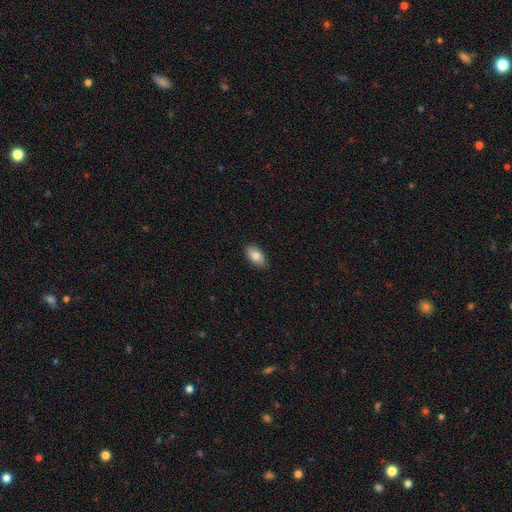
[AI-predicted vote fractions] smooth-or-featured: smooth: 80% | featured or disk: 14% | star or artifact: 7%
  how-rounded: in between: 93% | round: 4% | cigar-shaped: 2%
  merging: none: 88% | minor disturbance: 10% | major disturbance: 2% | merger: 1%